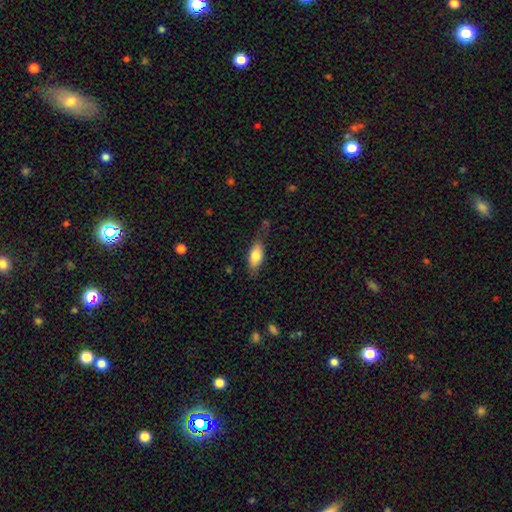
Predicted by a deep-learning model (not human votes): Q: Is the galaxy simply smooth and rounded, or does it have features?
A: smooth — 75%.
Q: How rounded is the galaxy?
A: in between — 81%.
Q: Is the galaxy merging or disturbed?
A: none — 63%.